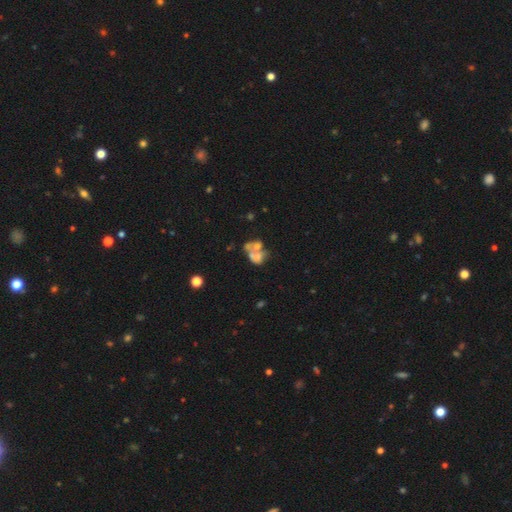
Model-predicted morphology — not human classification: The model was most divided on "smooth or featured": featured or disk: 49%, smooth: 39%, star or artifact: 12%. More confident: merging — merger (56%).